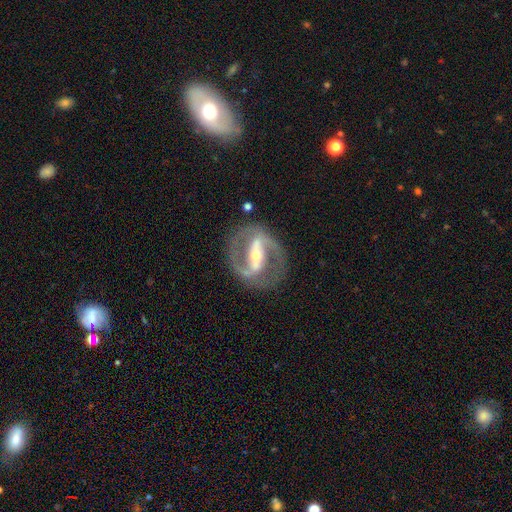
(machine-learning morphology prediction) smooth-or-featured: featured or disk: 90% | smooth: 6% | star or artifact: 5%
  disk-edge-on: no: 95% | yes: 5%
    bar: strong: 72% | weak: 18% | no: 10%
    has-spiral-arms: yes: 90% | no: 10%
      spiral-winding: medium: 55% | tight: 28% | loose: 17%
      spiral-arm-count: 2: 91% | can't tell: 3% | 1: 2% | 3: 1% | 4: 1% | more than 4: 1%
    bulge-size: small: 50% | moderate: 45% | large: 3% | none: 1% | dominant: 1%
  merging: none: 81% | minor disturbance: 11% | major disturbance: 6% | merger: 2%